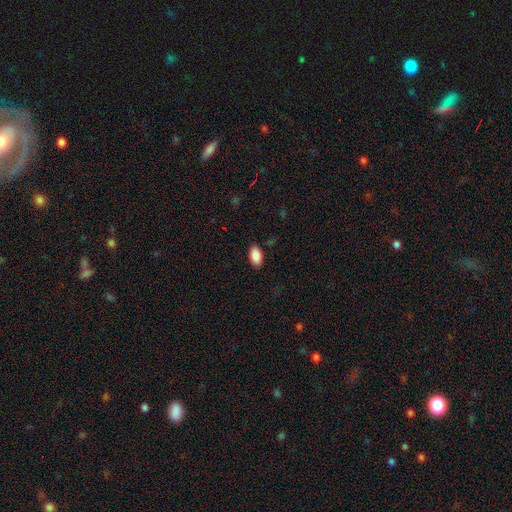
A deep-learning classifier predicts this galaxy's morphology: Q: Smooth or featured?
A: smooth (89%); runner-up: star or artifact (7%)
Q: How rounded?
A: in between (94%); runner-up: round (3%)
Q: Merging?
A: none (87%); runner-up: minor disturbance (9%)